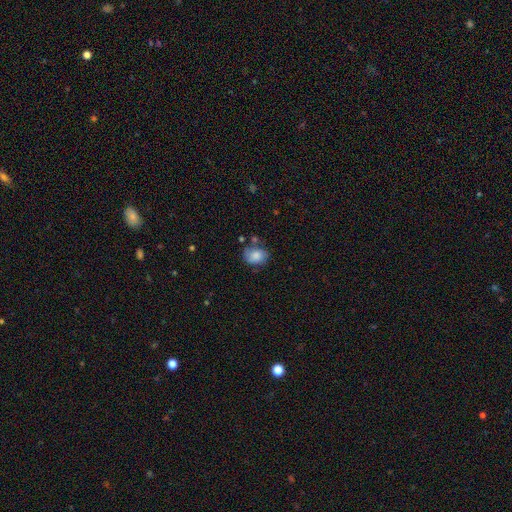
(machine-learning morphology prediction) Smooth or featured? smooth (78%)
How rounded? in between (55%)
Merging? none (57%)